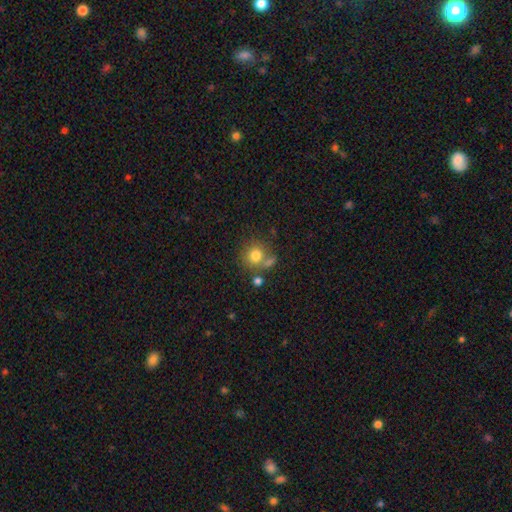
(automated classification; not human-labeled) This is likely a smooth galaxy (78%). How rounded: clearly round (87%). Merging: likely none (61%).